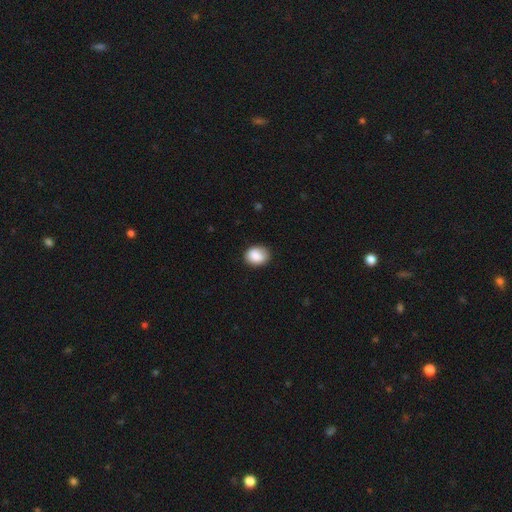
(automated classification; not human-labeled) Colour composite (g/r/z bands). It shows a smooth galaxy with no disk features (87%) that is in between round and cigar-shaped (55%). Merging: none (79%).